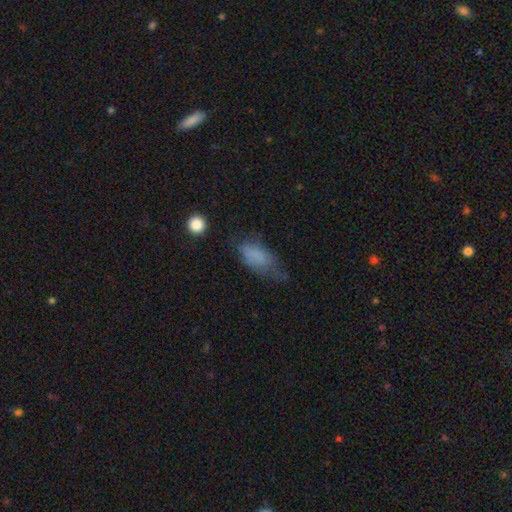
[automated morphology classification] smooth_or_featured: smooth (p=0.76) [alt: featured or disk p=0.14]
how_rounded: in between (p=0.83) [alt: cigar-shaped p=0.13]
merging: none (p=0.38) [alt: minor disturbance p=0.37]